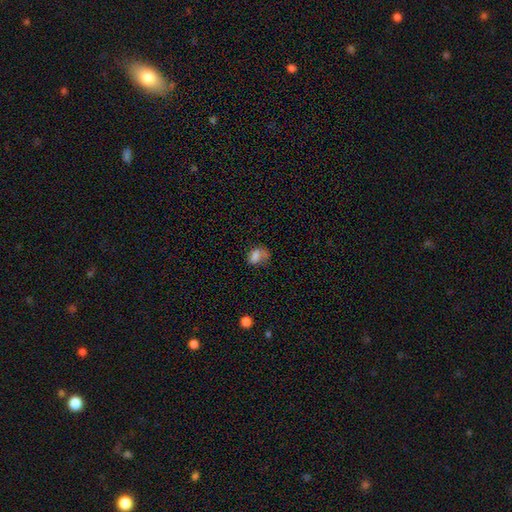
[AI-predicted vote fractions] The model was most divided on "merging": none: 38%, minor disturbance: 31%, major disturbance: 25%, merger: 6%. More confident: smooth or featured — smooth (75%); how rounded — in between (73%).